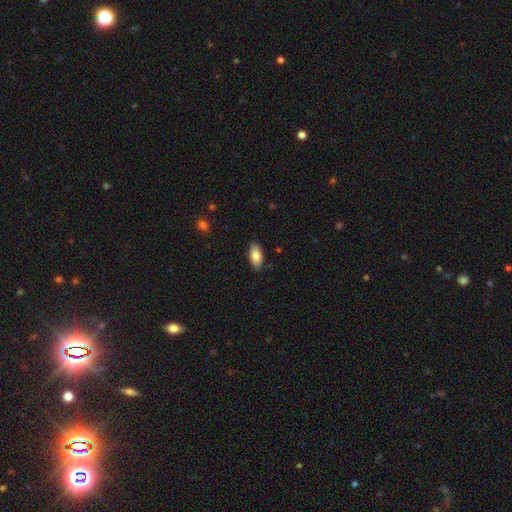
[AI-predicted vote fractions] A smooth galaxy with no disk features (83%) that is in between round and cigar-shaped (91%). Merging: none (87%).